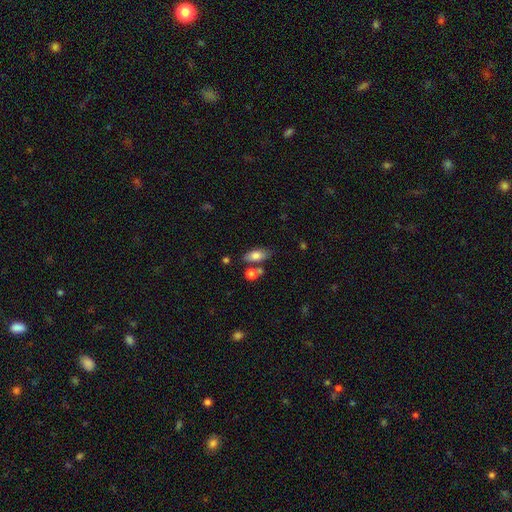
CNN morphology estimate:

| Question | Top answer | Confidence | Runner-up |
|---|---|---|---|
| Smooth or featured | smooth | 79% | featured or disk (14%) |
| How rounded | in between | 85% | cigar-shaped (11%) |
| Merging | none | 67% | merger (14%) |